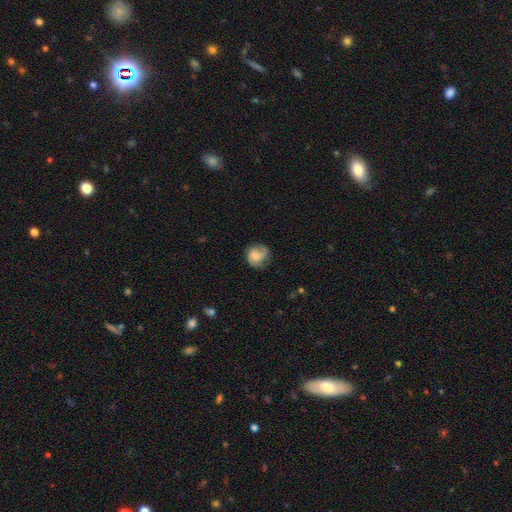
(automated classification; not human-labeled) A smooth galaxy with no disk features (53%) that is round (78%).

Vote fractions:
- Smooth or featured? smooth: 53% / featured or disk: 39% / star or artifact: 8%
- How rounded? round: 78% / in between: 21% / cigar-shaped: 1%
- Merging? none: 63% / minor disturbance: 25% / major disturbance: 10% / merger: 2%